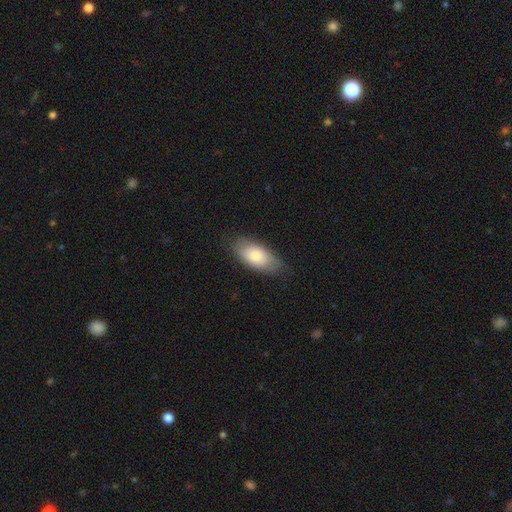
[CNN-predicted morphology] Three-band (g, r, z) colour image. It shows a smooth galaxy with no disk features (77%) that is in between round and cigar-shaped (91%). Merging: none (79%).